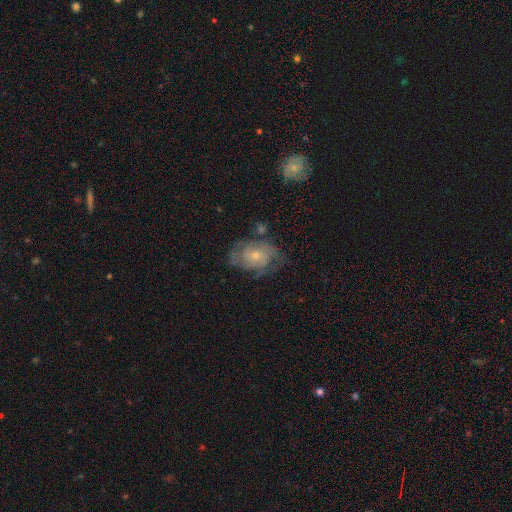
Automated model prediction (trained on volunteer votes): Smooth or featured: featured or disk — 61% (smooth — 32%)
Edge-on disk: no — 96% (yes — 4%)
Bar: no — 78% (weak — 19%)
Spiral arms: yes — 72% (no — 28%)
Bulge size: small — 58% (moderate — 36%)
Merging: none — 56% (minor disturbance — 26%)